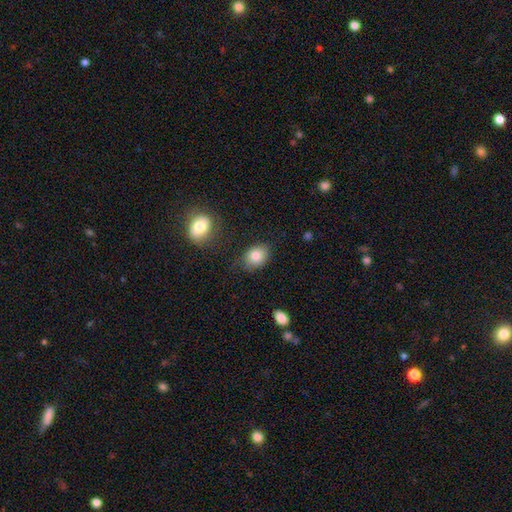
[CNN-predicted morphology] A smooth galaxy with no disk features (83%) that is in between round and cigar-shaped (68%). Merging: none (75%).